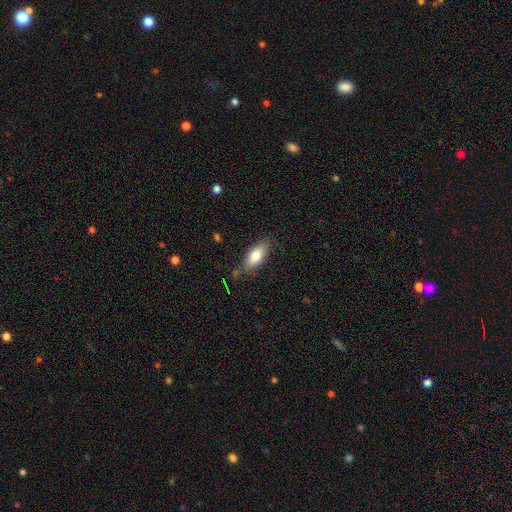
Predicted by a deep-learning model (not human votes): smooth 77%, featured or disk 16%, star or artifact 7%. Down the decision tree: how rounded — in between (81%); merging — none (76%).